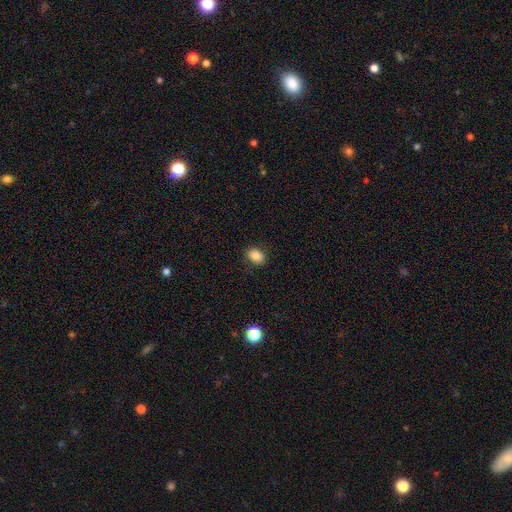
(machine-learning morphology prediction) Smooth or featured? smooth (84%)
How rounded? in between (72%)
Merging? none (86%)